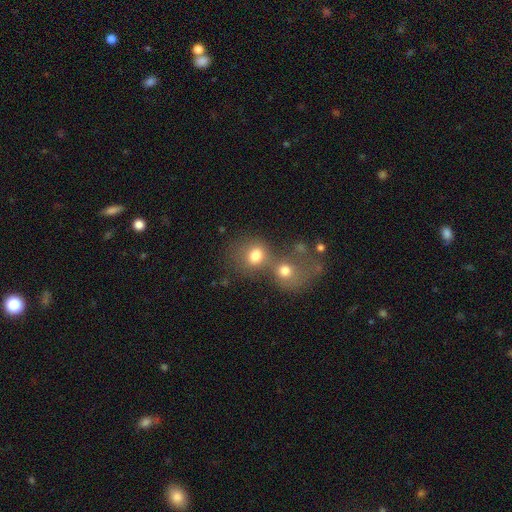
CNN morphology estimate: type=smooth (73%); roundness=round (69%); merging=merger (56%).